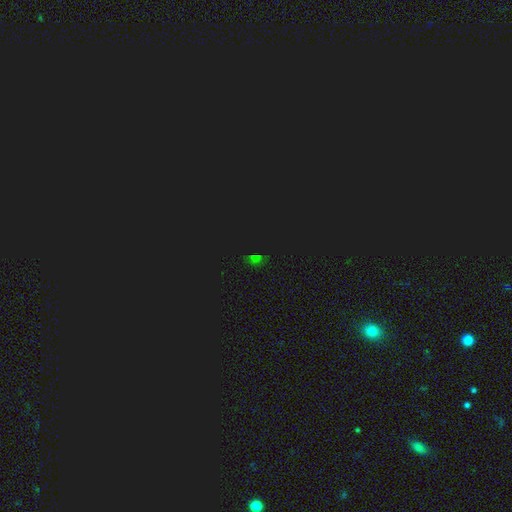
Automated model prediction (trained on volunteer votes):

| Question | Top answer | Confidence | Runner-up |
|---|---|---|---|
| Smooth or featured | star or artifact | 67% | smooth (26%) |